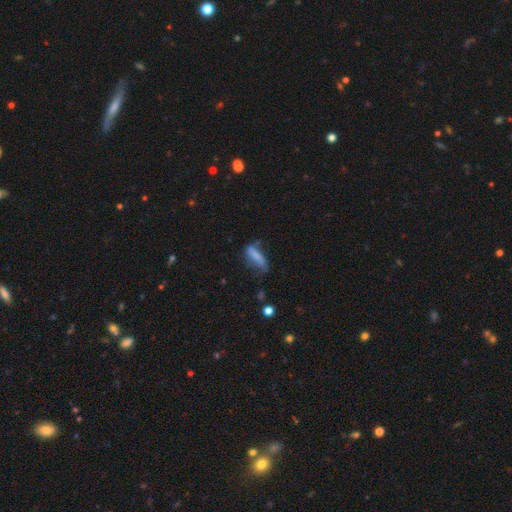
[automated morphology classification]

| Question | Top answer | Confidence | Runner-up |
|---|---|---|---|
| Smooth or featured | smooth | 64% | featured or disk (26%) |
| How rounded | in between | 50% | cigar-shaped (48%) |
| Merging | none | 39% | minor disturbance (32%) |